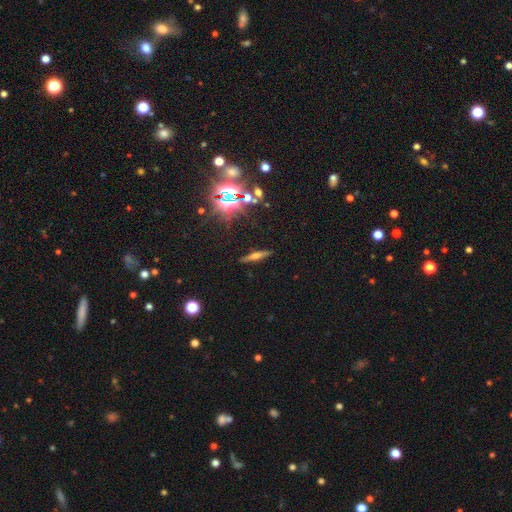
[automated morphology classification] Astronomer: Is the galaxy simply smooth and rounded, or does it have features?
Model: featured or disk — 45% (runner-up: smooth, 36%).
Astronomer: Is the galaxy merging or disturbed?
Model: none — 88%.